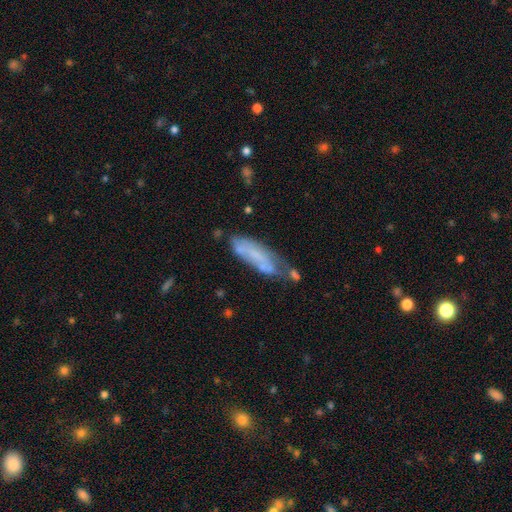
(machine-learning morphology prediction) Smooth or featured? Predicted: smooth (p=0.48). Merging? Predicted: none (p=0.42).